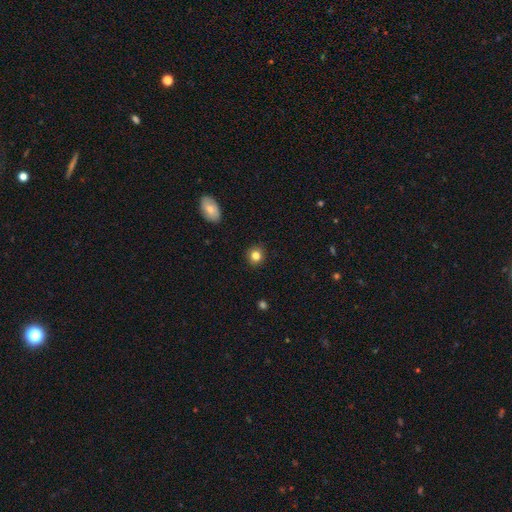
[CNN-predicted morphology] type=smooth (83%); roundness=round (87%); merging=none (90%).